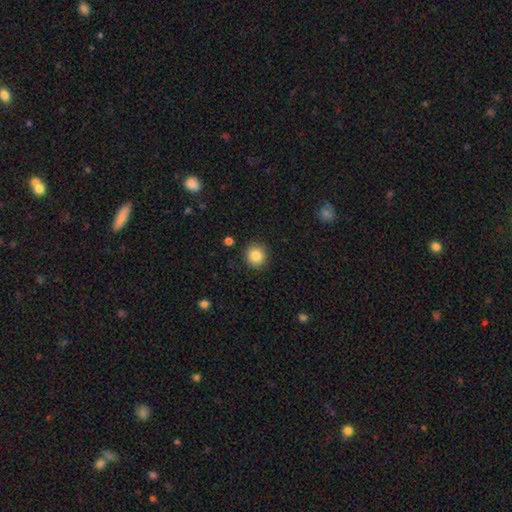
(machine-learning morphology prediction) smooth_or_featured: smooth (p=0.86) [alt: star or artifact p=0.09]
how_rounded: round (p=0.88) [alt: in between p=0.11]
merging: none (p=0.90) [alt: minor disturbance p=0.06]